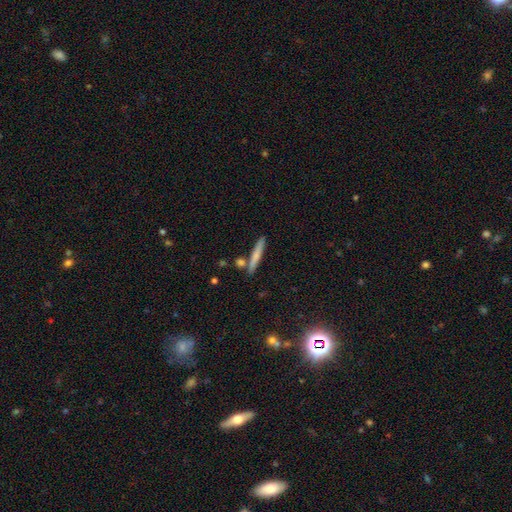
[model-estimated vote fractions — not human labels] smooth_or_featured: smooth (p=0.66) [alt: featured or disk p=0.27]
how_rounded: cigar-shaped (p=0.93) [alt: in between p=0.05]
merging: none (p=0.81) [alt: minor disturbance p=0.10]